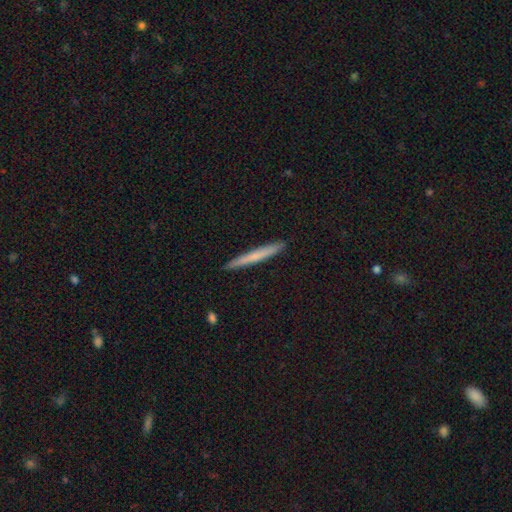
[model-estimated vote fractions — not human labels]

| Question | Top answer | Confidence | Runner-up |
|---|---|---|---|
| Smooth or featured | smooth | 65% | featured or disk (30%) |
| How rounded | cigar-shaped | 97% | in between (2%) |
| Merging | none | 92% | minor disturbance (6%) |